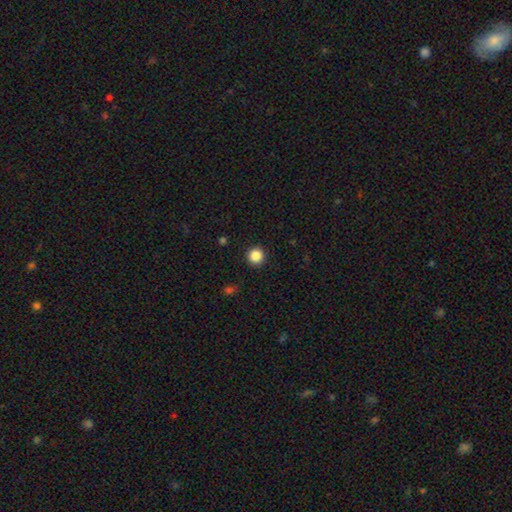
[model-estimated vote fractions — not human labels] Q: Smooth or featured?
A: smooth (87%); runner-up: star or artifact (10%)
Q: How rounded?
A: round (96%); runner-up: in between (3%)
Q: Merging?
A: none (92%); runner-up: minor disturbance (5%)